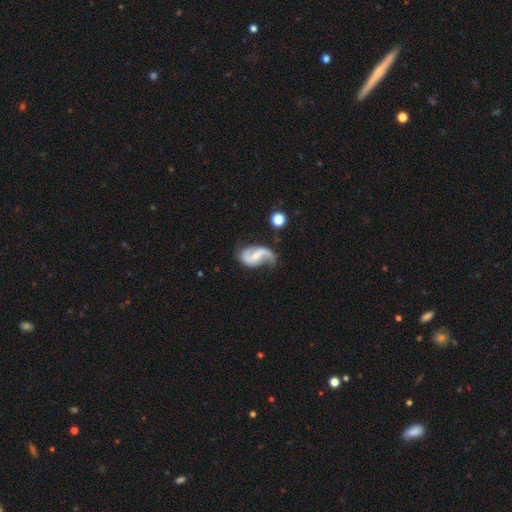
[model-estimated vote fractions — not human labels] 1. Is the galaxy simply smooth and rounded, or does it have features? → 84% featured or disk, 11% smooth, 5% star or artifact.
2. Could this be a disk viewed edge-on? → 97% no, 3% yes.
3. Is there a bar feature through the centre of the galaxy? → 43% weak, 31% no, 26% strong.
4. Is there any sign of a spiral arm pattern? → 94% yes, 6% no.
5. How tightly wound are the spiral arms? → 66% loose, 27% medium, 8% tight.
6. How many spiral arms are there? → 86% 2, 8% 1, 3% can't tell, 1% 3, 1% 4, 1% more than 4.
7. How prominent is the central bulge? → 51% small, 42% moderate, 4% none, 2% large, 1% dominant.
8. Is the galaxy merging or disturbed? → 55% none, 27% minor disturbance, 15% major disturbance, 3% merger.